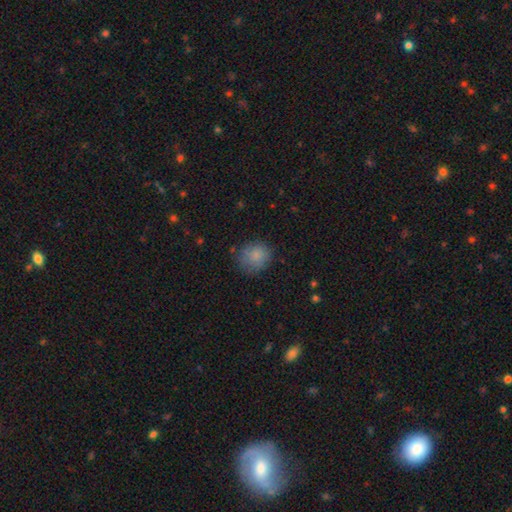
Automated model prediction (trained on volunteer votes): Morphology: type=smooth (83%); roundness=round (80%); merging=none (75%).